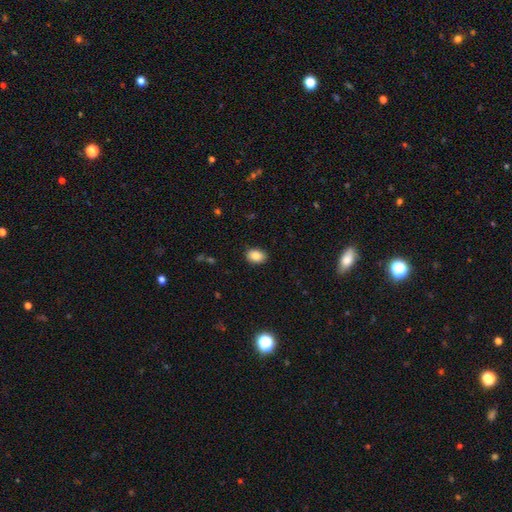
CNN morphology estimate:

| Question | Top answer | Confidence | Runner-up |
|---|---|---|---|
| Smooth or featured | smooth | 87% | star or artifact (8%) |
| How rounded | in between | 78% | round (21%) |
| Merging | none | 88% | minor disturbance (9%) |